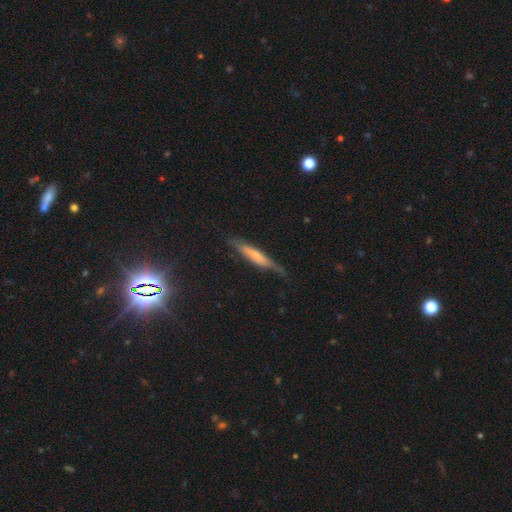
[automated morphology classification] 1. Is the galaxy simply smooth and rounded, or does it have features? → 49% featured or disk, 44% smooth, 7% star or artifact.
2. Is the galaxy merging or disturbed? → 60% none, 28% minor disturbance, 9% major disturbance, 2% merger.